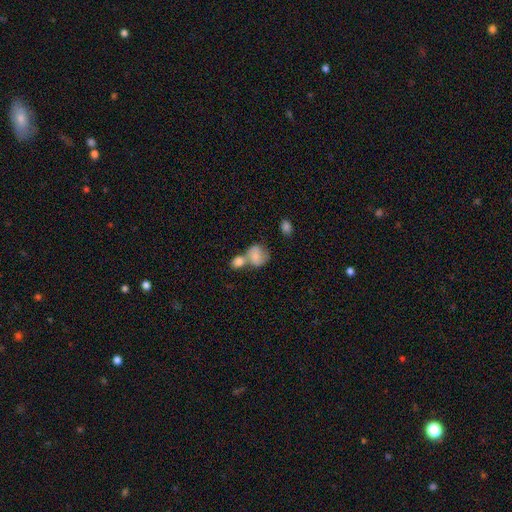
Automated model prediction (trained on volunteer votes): Overall: smooth (76%). How rounded: round (58%; in between 41%). Merging: merger (59%; none 24%).